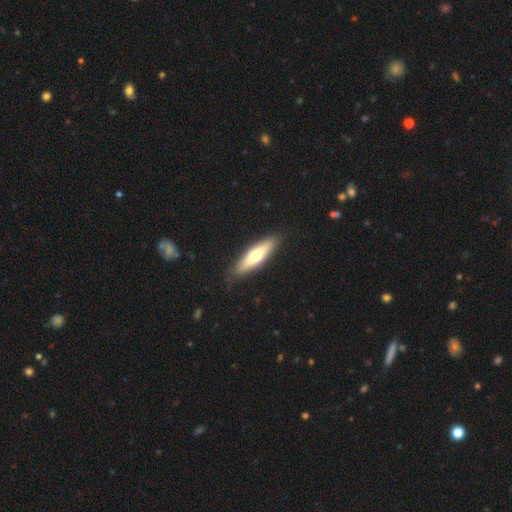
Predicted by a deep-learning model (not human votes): Overall: smooth (57%; featured or disk 38%). How rounded: cigar-shaped (63%; in between 35%). Merging: none (88%).